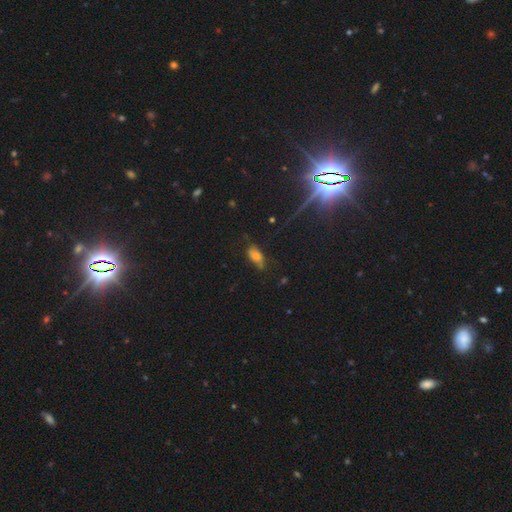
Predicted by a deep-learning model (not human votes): smooth_or_featured: smooth (p=0.54) [alt: featured or disk p=0.26]
how_rounded: in between (p=0.81) [alt: cigar-shaped p=0.13]
merging: none (p=0.59) [alt: minor disturbance p=0.26]